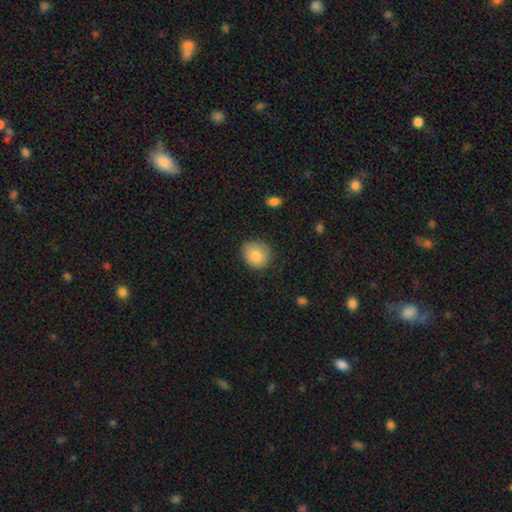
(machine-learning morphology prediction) Smooth or featured?
  - smooth: 83% *
  - star or artifact: 9%
  - featured or disk: 9%
How rounded?
  - round: 76% *
  - in between: 23%
  - cigar-shaped: 1%
Merging?
  - none: 76% *
  - minor disturbance: 20%
  - major disturbance: 4%
  - merger: 1%